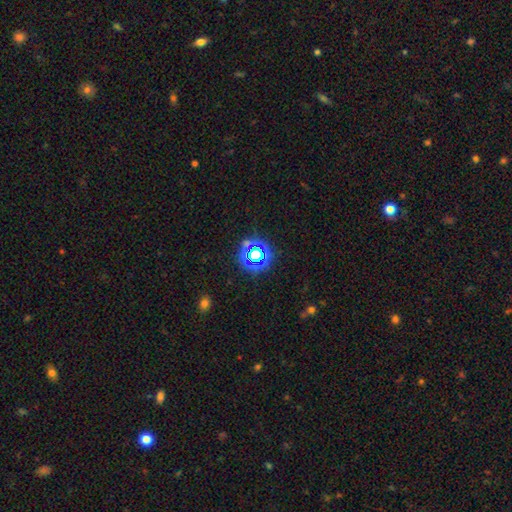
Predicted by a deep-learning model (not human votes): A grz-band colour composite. It shows a star or artifact, not a galaxy (66%).